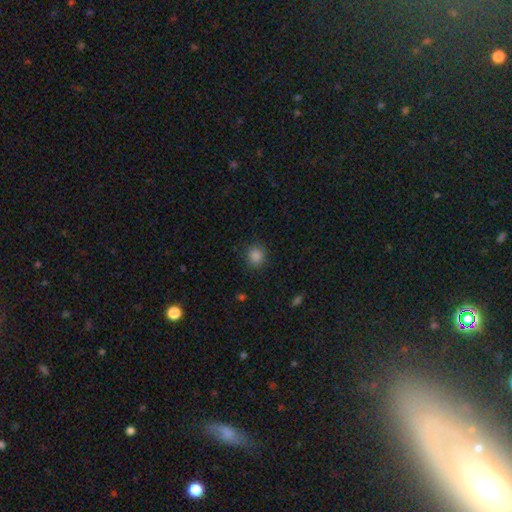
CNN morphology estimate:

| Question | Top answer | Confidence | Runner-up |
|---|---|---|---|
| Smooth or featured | smooth | 85% | star or artifact (12%) |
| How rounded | round | 86% | in between (14%) |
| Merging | none | 89% | minor disturbance (7%) |